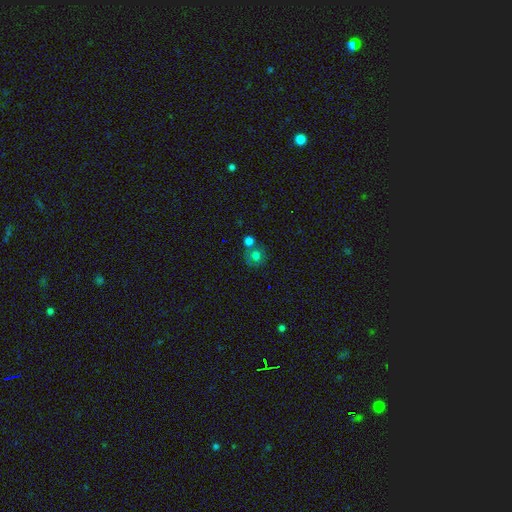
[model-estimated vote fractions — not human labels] Smooth or featured: smooth — 65% (featured or disk — 22%)
How rounded: round — 82% (in between — 17%)
Merging: none — 45% (merger — 37%)